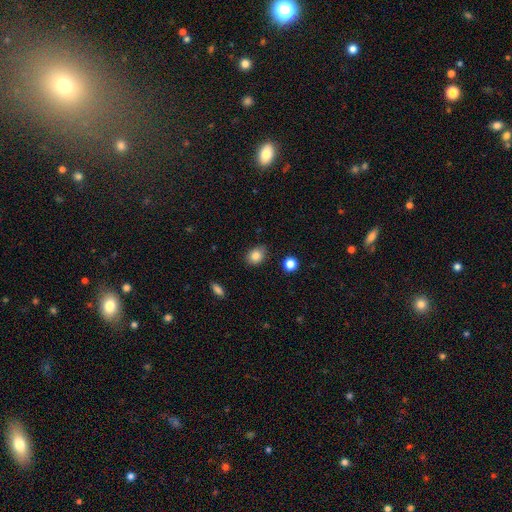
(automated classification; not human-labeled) smooth 84%, star or artifact 10%, featured or disk 6%. Down the decision tree: how rounded — round (55%); merging — none (81%).